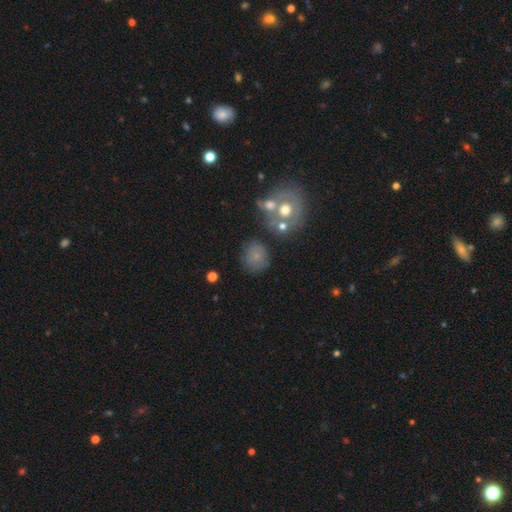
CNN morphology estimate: Smooth or featured? smooth (70%)
How rounded? round (76%)
Merging? none (70%)